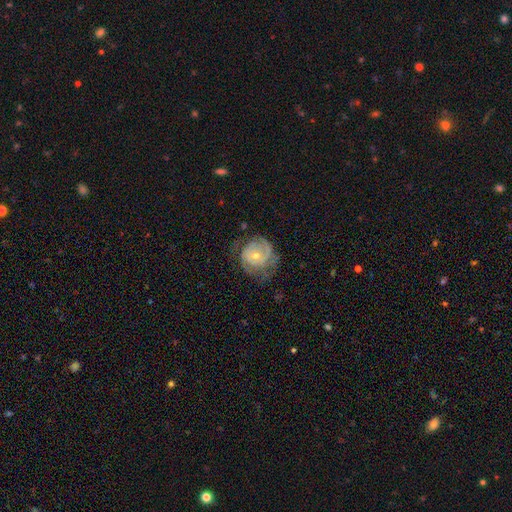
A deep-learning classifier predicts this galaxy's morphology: type=featured or disk (80%); edge-on=no (98%); bar=no (74%); spiral arms=yes (93%); winding=tight (64%); arm count=2 (47%); bulge=small (56%); merging=none (61%).